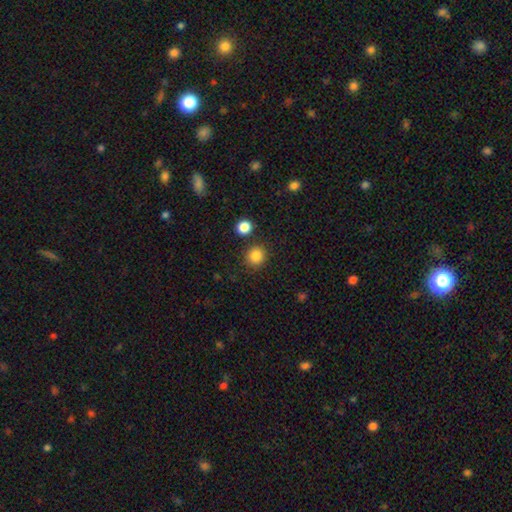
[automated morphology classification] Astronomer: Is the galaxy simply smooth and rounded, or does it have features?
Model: smooth — 85%.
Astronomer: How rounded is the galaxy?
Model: round — 89%.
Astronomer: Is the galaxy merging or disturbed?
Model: none — 85%.